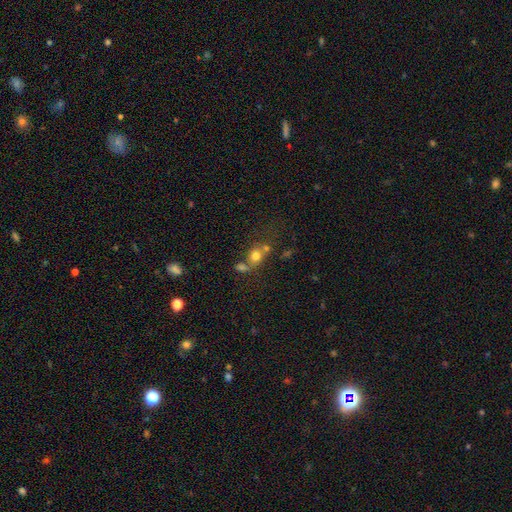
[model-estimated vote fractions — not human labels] This appears to be a smooth galaxy with no disk features (72%) that is round (63%). Merging: none (43%).